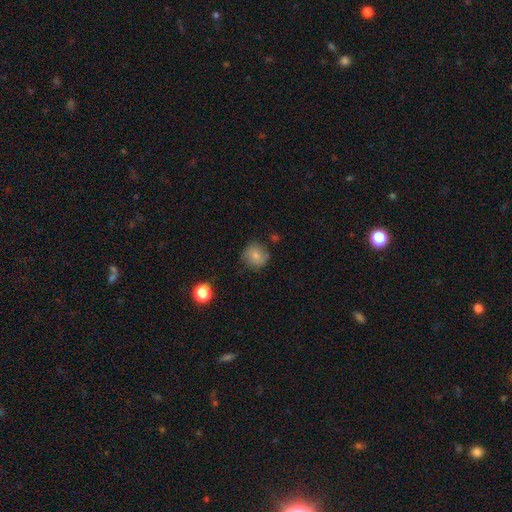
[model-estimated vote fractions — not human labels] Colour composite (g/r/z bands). It shows a smooth galaxy with no disk features (77%) that is round (90%). Merging: none (79%).